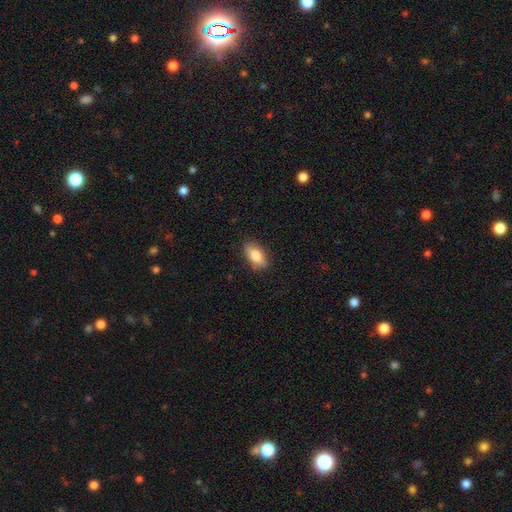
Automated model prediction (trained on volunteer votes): smooth-or-featured: smooth: 77% | featured or disk: 16% | star or artifact: 7%
  how-rounded: in between: 84% | cigar-shaped: 11% | round: 5%
  merging: none: 82% | minor disturbance: 14% | major disturbance: 3% | merger: 1%